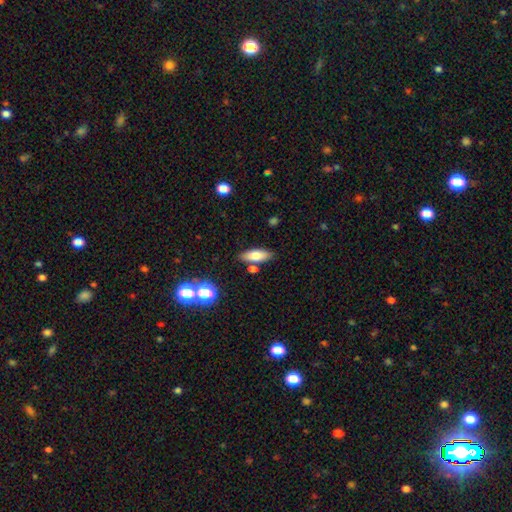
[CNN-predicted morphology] This is likely a smooth galaxy (75%). How rounded: likely in between (70%). Merging: likely none (78%).